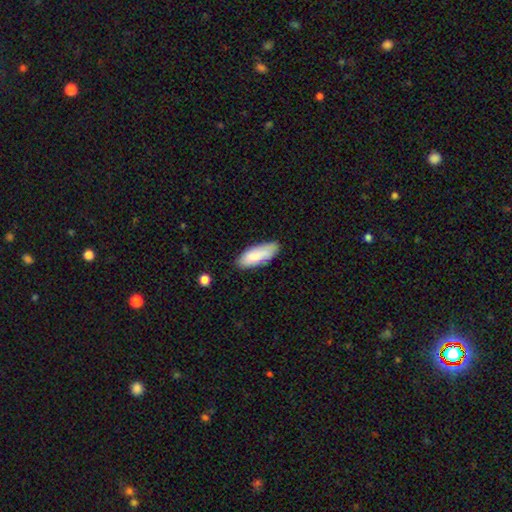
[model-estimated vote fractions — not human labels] The model was most divided on "how rounded": in between: 73%, cigar-shaped: 26%, round: 2%. More confident: smooth or featured — smooth (84%); merging — none (75%).